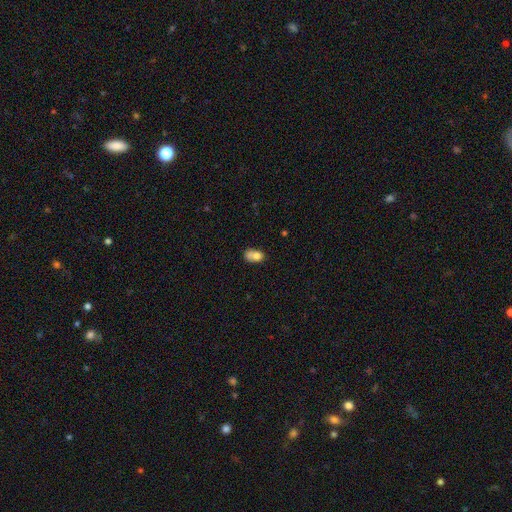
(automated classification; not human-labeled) A smooth galaxy with no disk features (72%) that is in between round and cigar-shaped (71%). Merging: merger (40%).